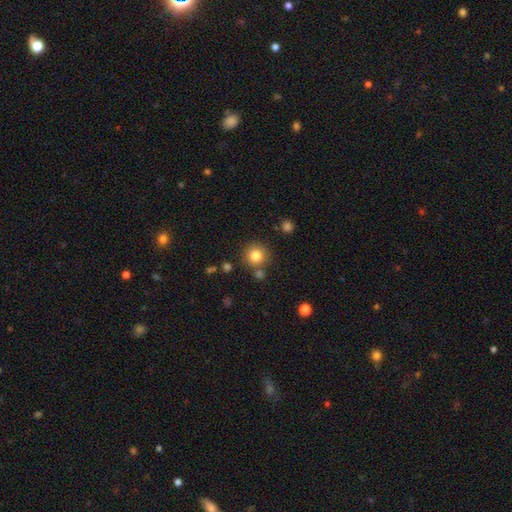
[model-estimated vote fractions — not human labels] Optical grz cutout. It shows a smooth galaxy with no disk features (81%) that is round (94%). Merging: none (81%).